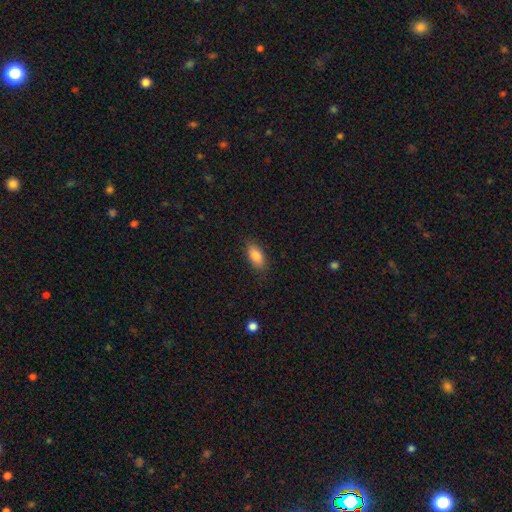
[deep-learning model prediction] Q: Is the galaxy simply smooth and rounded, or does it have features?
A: smooth — 85%.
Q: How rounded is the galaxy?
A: in between — 87%.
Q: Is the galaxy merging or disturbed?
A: none — 84%.